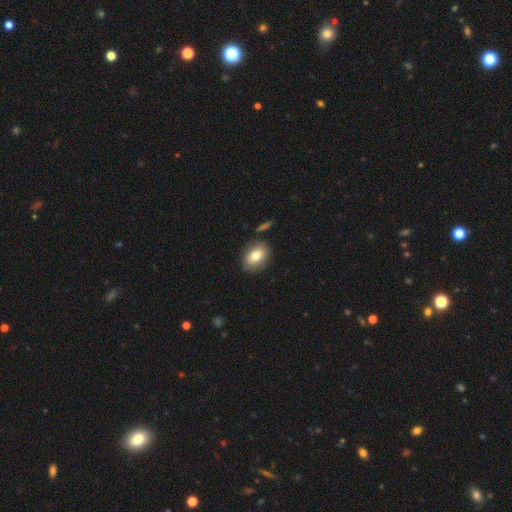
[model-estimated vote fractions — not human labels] The model was most divided on "how rounded": in between: 74%, round: 25%, cigar-shaped: 1%. More confident: merging — none (82%); smooth or featured — smooth (78%).